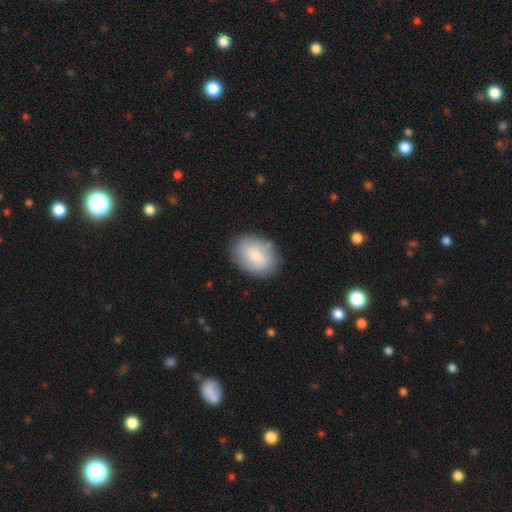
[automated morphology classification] This appears to be a smooth galaxy with no disk features (76%) that is in between round and cigar-shaped (72%). Merging: none (80%).